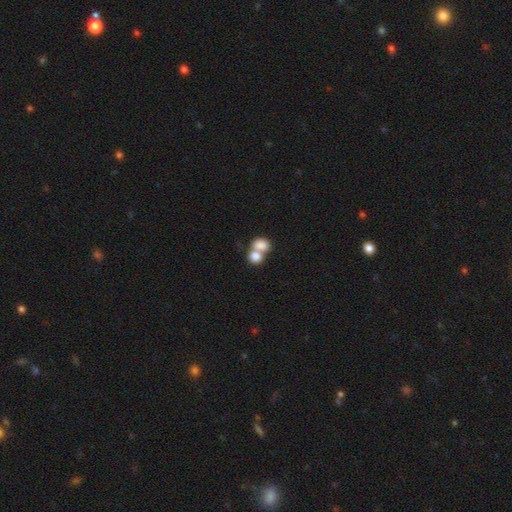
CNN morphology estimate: Smooth or featured: smooth — 80% (featured or disk — 11%)
How rounded: in between — 52% (round — 47%)
Merging: merger — 67% (none — 23%)